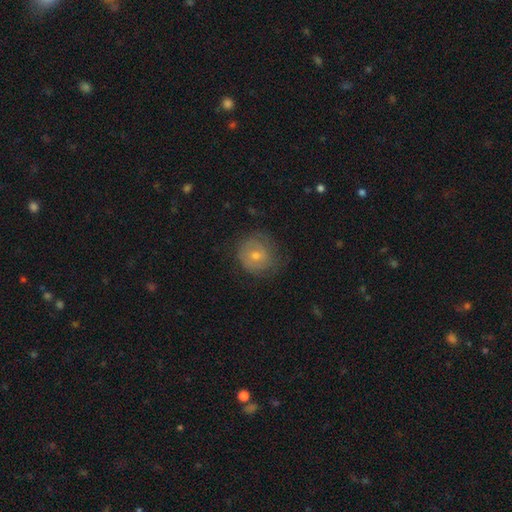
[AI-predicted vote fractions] This appears to be a smooth galaxy with no disk features (50%) that is round (88%). Merging: none (72%).